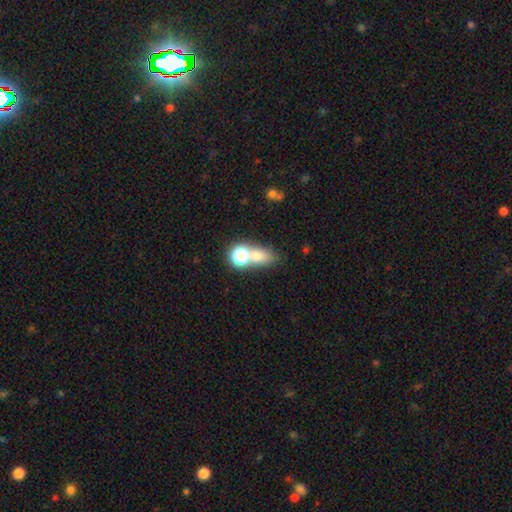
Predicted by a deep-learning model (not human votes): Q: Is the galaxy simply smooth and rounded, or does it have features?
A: smooth — 67%.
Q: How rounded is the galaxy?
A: in between — 58%.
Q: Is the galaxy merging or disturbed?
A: none — 48%.